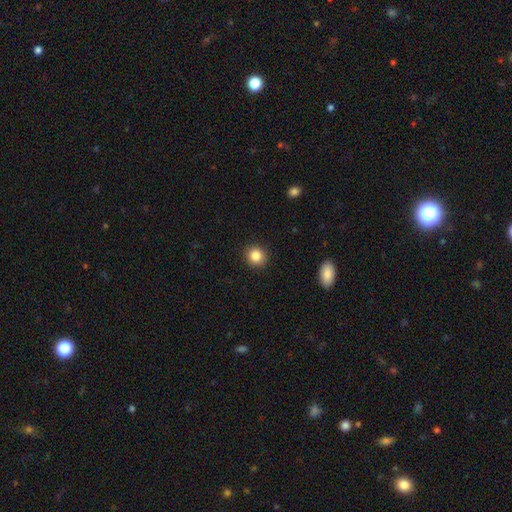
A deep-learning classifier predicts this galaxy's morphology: This appears to be a smooth galaxy with no disk features (85%) that is round (87%). Merging: none (91%).